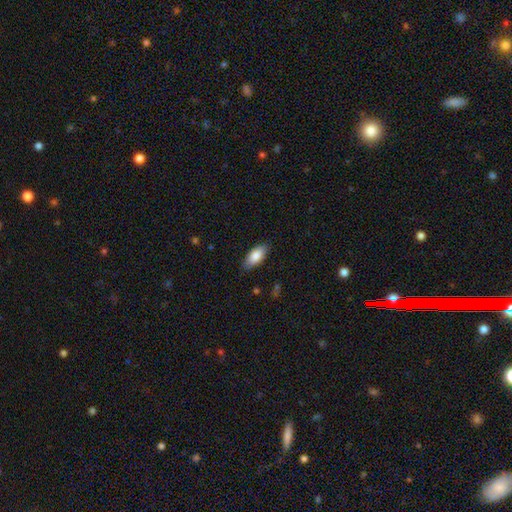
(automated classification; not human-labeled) The model was most divided on "smooth or featured": smooth: 83%, featured or disk: 11%, star or artifact: 6%. More confident: how rounded — in between (88%); merging — none (85%).